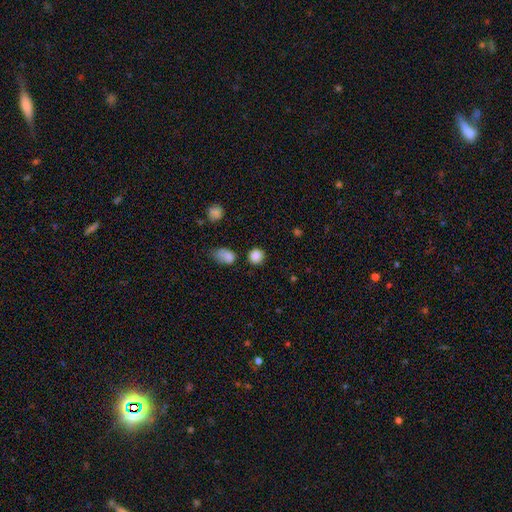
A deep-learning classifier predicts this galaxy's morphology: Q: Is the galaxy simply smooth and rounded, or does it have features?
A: smooth — 85%.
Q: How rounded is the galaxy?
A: round — 90%.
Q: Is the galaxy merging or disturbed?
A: none — 82%.